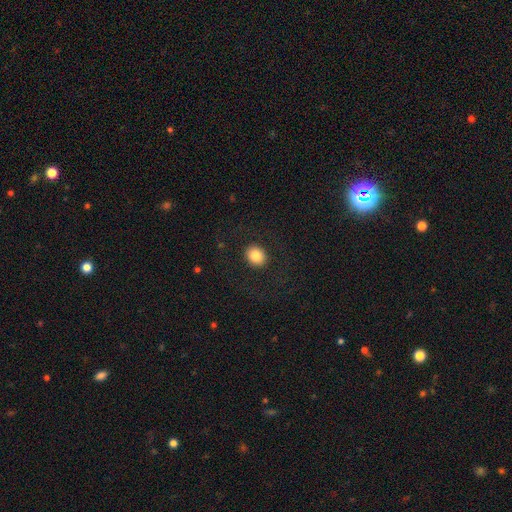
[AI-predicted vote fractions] Smooth or featured: smooth — 84% (star or artifact — 9%)
How rounded: round — 65% (in between — 34%)
Merging: none — 88% (minor disturbance — 7%)